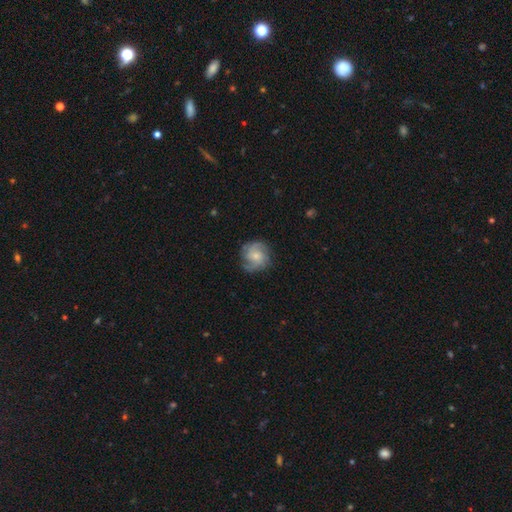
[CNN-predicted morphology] This appears to be a featured or disk galaxy (70%) with no bar (71%), 2 (41%) medium (43%, tied with tight) spiral arms (94%) and a small central bulge (55%). Merging: none (75%).